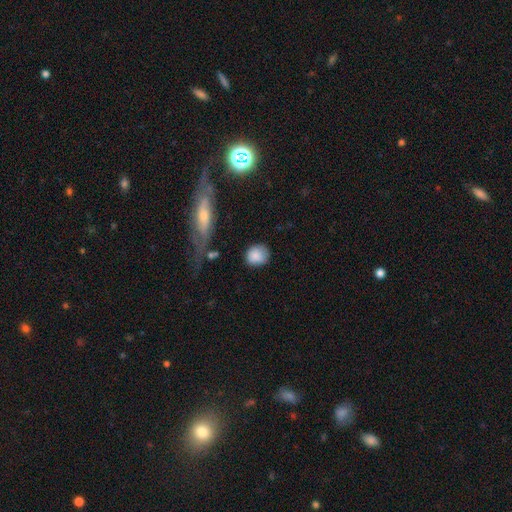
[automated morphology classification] Q: Smooth or featured?
A: smooth (86%); runner-up: star or artifact (7%)
Q: How rounded?
A: round (70%); runner-up: in between (28%)
Q: Merging?
A: none (73%); runner-up: minor disturbance (19%)